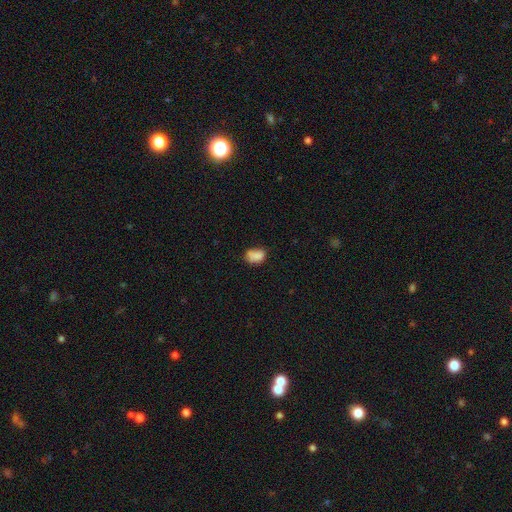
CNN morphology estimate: smooth-or-featured: smooth: 84% | star or artifact: 10% | featured or disk: 6%
  how-rounded: in between: 75% | round: 24% | cigar-shaped: 1%
  merging: none: 57% | minor disturbance: 32% | major disturbance: 8% | merger: 3%